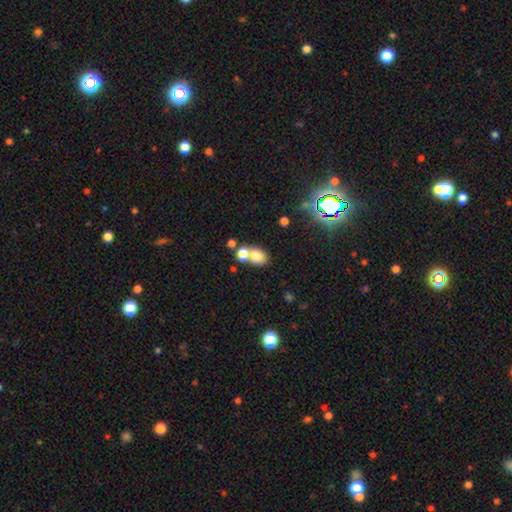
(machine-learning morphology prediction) smooth 77%, star or artifact 12%, featured or disk 10%. Down the decision tree: how rounded — in between (58%); merging — merger (47%).